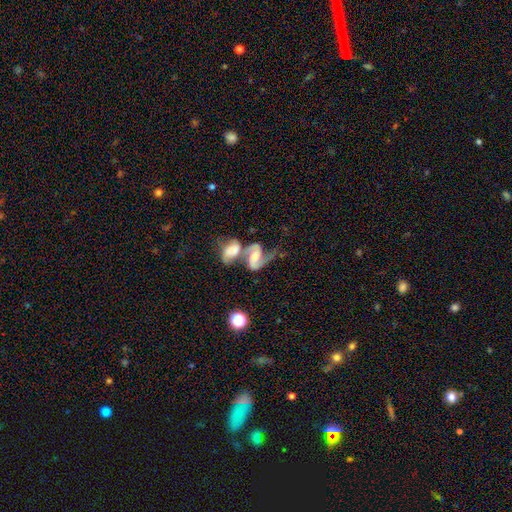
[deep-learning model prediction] featured or disk 76%, smooth 17%, star or artifact 7%. Down the decision tree: edge-on disk — no (97%); bar — weak (38%); spiral arms — yes (93%); spiral arm count — 2 (83%); spiral winding — loose (48%); bulge size — moderate (31%); merging — merger (67%).